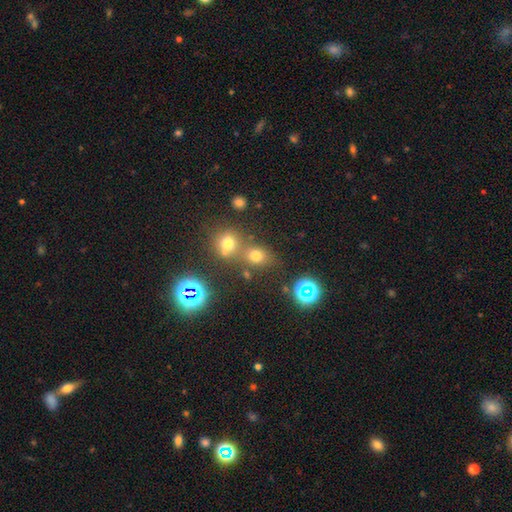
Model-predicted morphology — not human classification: Smooth or featured: smooth — 67% (star or artifact — 25%)
How rounded: round — 67% (in between — 31%)
Merging: none — 61% (merger — 25%)